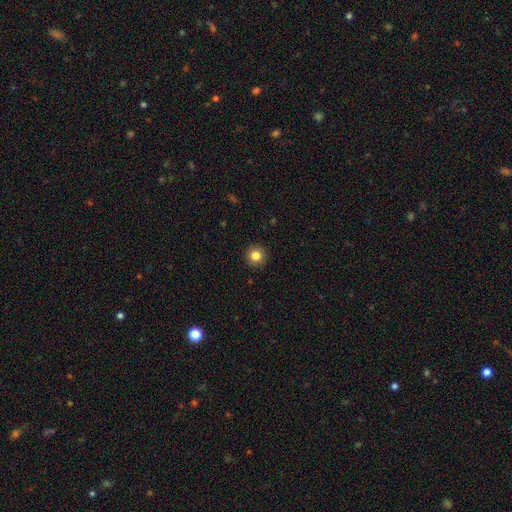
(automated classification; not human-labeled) This is clearly a smooth galaxy (84%). How rounded: clearly round (94%). Merging: clearly none (92%).